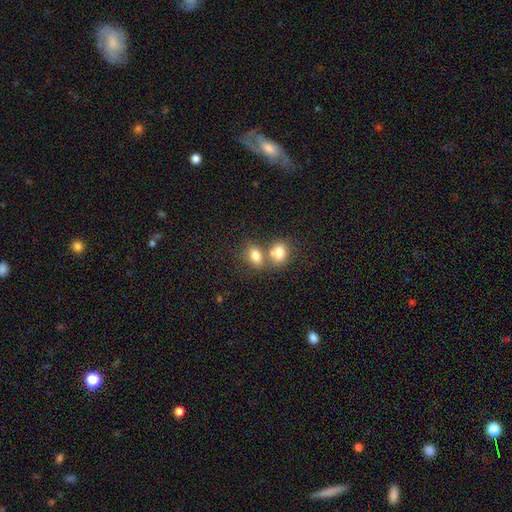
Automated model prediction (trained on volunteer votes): Q: Smooth or featured?
A: smooth (78%); runner-up: featured or disk (12%)
Q: How rounded?
A: in between (69%); runner-up: round (29%)
Q: Merging?
A: merger (54%); runner-up: none (34%)